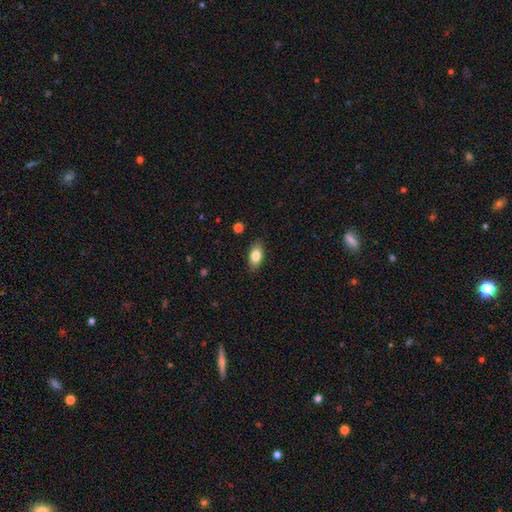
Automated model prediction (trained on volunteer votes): Smooth or featured? smooth (81%)
How rounded? in between (88%)
Merging? none (86%)